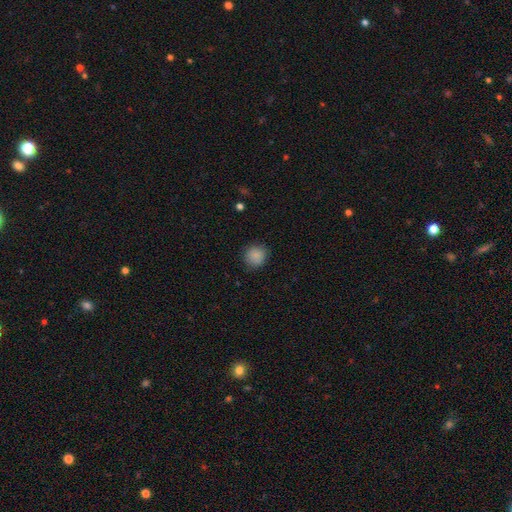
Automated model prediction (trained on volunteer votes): A smooth galaxy with no disk features (87%) that is round (89%).

Vote fractions:
- Smooth or featured? smooth: 87% / star or artifact: 9% / featured or disk: 4%
- How rounded? round: 89% / in between: 10% / cigar-shaped: 1%
- Merging? none: 85% / minor disturbance: 11% / major disturbance: 3% / merger: 1%